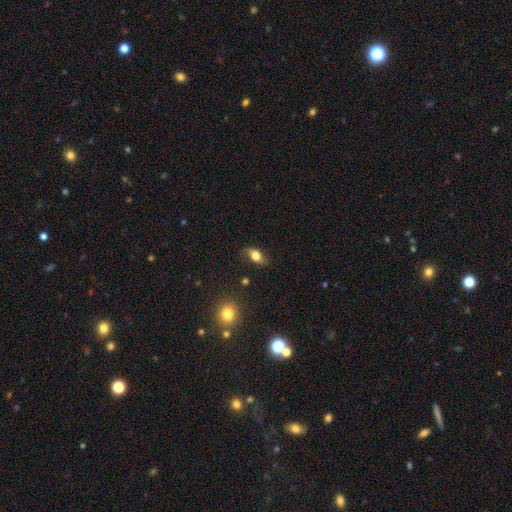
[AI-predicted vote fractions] smooth_or_featured: smooth (p=0.75) [alt: featured or disk p=0.16]
how_rounded: in between (p=0.82) [alt: round p=0.14]
merging: none (p=0.73) [alt: minor disturbance p=0.20]